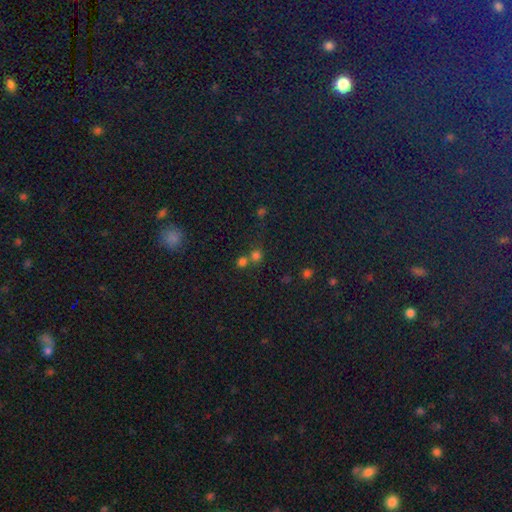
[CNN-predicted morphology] The model was most divided on "merging": none: 54%, merger: 36%, minor disturbance: 6%, major disturbance: 3%. More confident: how rounded — round (87%); smooth or featured — smooth (70%).